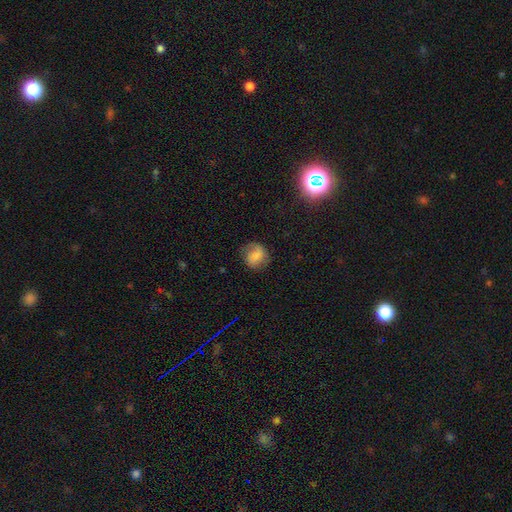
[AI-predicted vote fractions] The model was most divided on "smooth or featured": smooth: 64%, featured or disk: 26%, star or artifact: 10%. More confident: how rounded — round (76%); merging — none (69%).